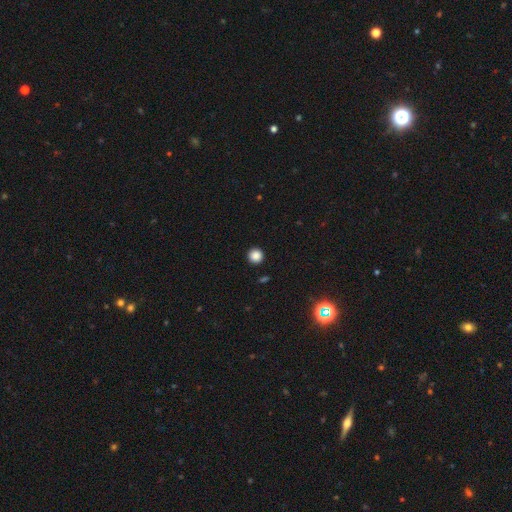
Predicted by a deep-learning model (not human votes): Overall: smooth (86%). How rounded: round (96%). Merging: none (93%).